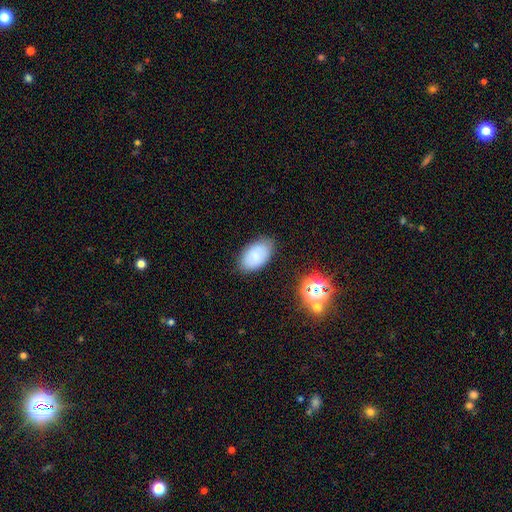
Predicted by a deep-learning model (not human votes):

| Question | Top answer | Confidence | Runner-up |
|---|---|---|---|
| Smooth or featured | smooth | 81% | featured or disk (10%) |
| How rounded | in between | 94% | round (5%) |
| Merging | none | 82% | minor disturbance (14%) |